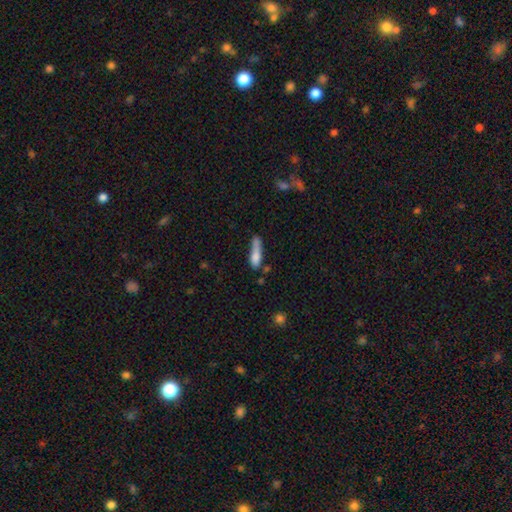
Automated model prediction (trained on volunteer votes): This is likely a smooth galaxy (74%). How rounded: likely cigar-shaped (66%). Merging: marginally none (35%).